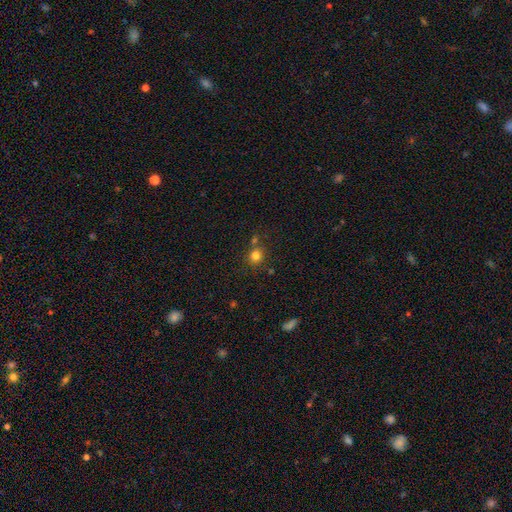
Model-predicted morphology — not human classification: A smooth galaxy with no disk features (79%) that is round (88%).

Vote fractions:
- Smooth or featured? smooth: 79% / star or artifact: 14% / featured or disk: 7%
- How rounded? round: 88% / in between: 11% / cigar-shaped: 1%
- Merging? none: 71% / merger: 16% / minor disturbance: 10% / major disturbance: 4%